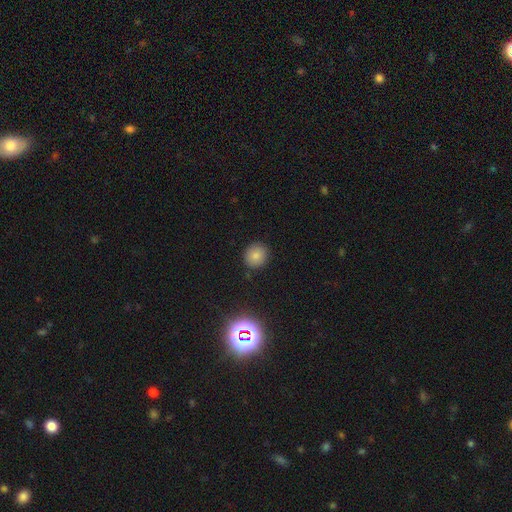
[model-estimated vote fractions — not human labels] Morphology: type=smooth (79%); roundness=round (89%); merging=none (89%).